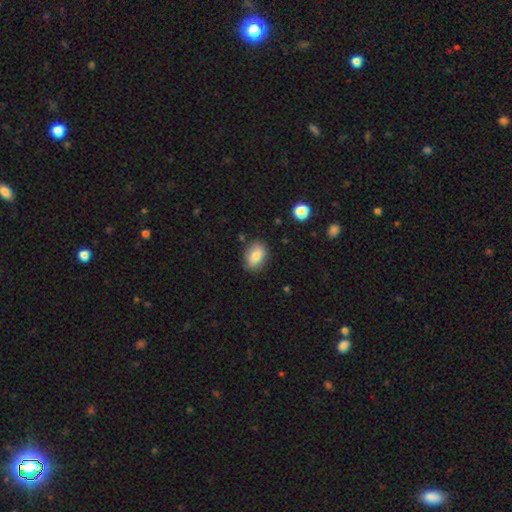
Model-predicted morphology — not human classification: smooth-or-featured: smooth: 82% | featured or disk: 10% | star or artifact: 8%
  how-rounded: in between: 82% | round: 16% | cigar-shaped: 2%
  merging: none: 84% | minor disturbance: 12% | major disturbance: 3% | merger: 2%